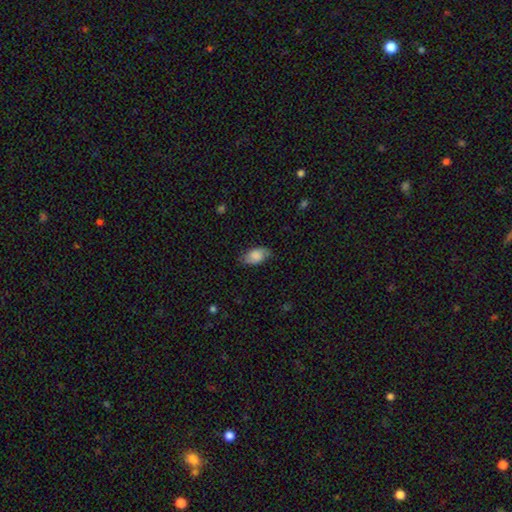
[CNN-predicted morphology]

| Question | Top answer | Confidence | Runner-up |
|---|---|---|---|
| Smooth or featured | smooth | 75% | featured or disk (18%) |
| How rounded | in between | 92% | round (5%) |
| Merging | none | 75% | minor disturbance (20%) |